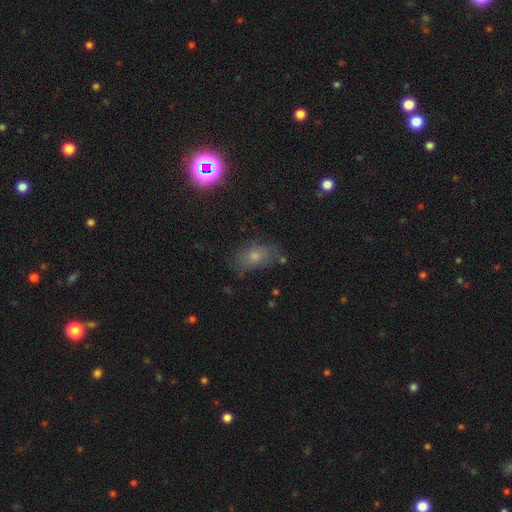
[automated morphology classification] The model was most divided on "merging": none: 65%, minor disturbance: 23%, major disturbance: 9%, merger: 4%. More confident: how rounded — in between (85%); smooth or featured — smooth (72%).